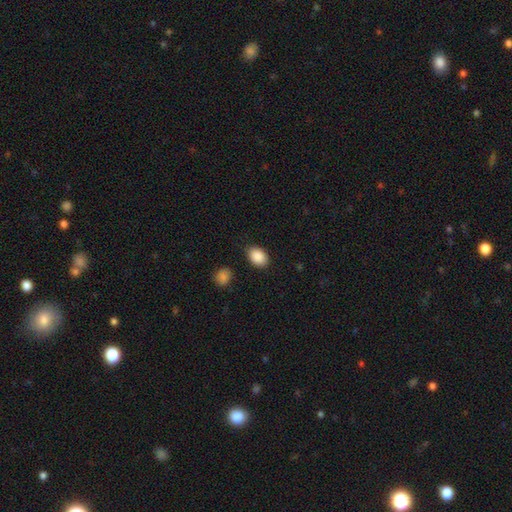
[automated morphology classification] The model was most divided on "how rounded": in between: 81%, round: 18%, cigar-shaped: 1%. More confident: smooth or featured — smooth (89%); merging — none (85%).